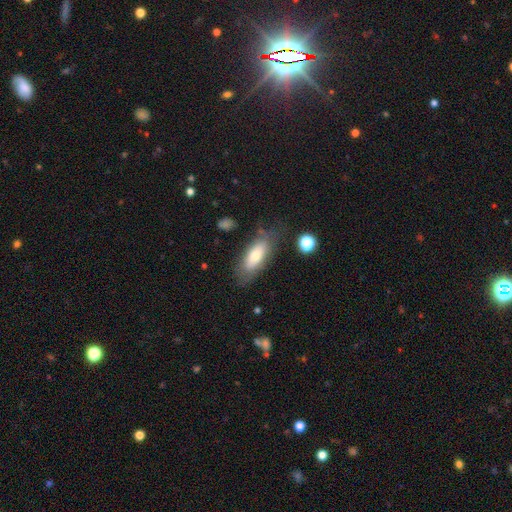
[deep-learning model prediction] A smooth galaxy with no disk features (69%) that is in between round and cigar-shaped (76%). Merging: none (69%).